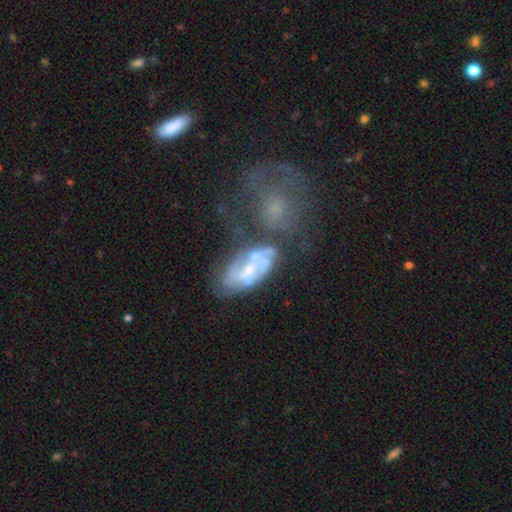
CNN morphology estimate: The model was most divided on "bar" (2-way tie): weak: 41%, no: 41%, strong: 19%. Remaining: edge-on disk — no (95%); spiral arms — yes (75%); smooth or featured — featured or disk (73%); bulge size — small (45%); spiral arm count — 2 (42%); spiral winding — medium (41%); merging — none (39%).